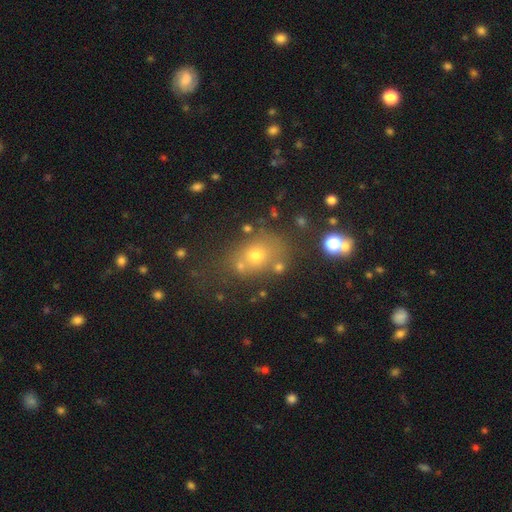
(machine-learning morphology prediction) Smooth or featured? smooth (63%)
How rounded? in between (50%)
Merging? none (63%)